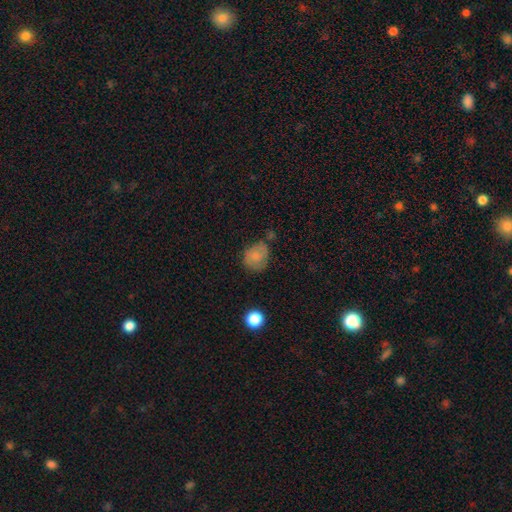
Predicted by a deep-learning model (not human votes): Overall: smooth (73%). How rounded: round (59%; in between 40%). Merging: none (52%; minor disturbance 30%).